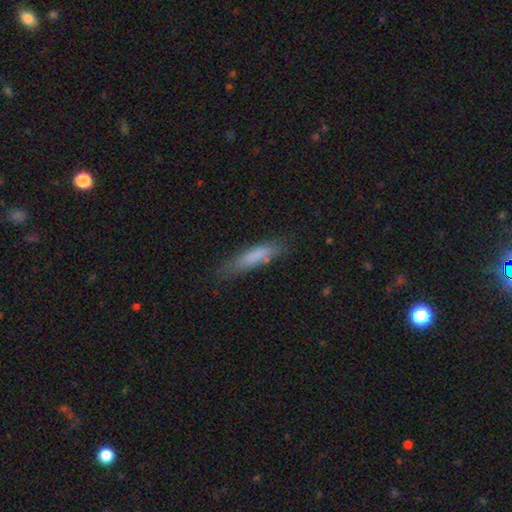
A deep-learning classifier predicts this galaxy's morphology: Smooth or featured?
  - smooth: 76% *
  - featured or disk: 16%
  - star or artifact: 7%
How rounded?
  - cigar-shaped: 80% *
  - in between: 19%
  - round: 1%
Merging?
  - none: 71% *
  - minor disturbance: 21%
  - major disturbance: 6%
  - merger: 3%